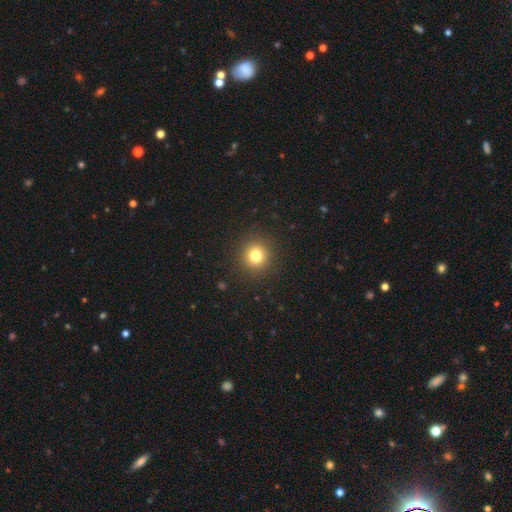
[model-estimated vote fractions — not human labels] A smooth galaxy with no disk features (79%) that is round (90%).

Vote fractions:
- Smooth or featured? smooth: 79% / star or artifact: 13% / featured or disk: 7%
- How rounded? round: 90% / in between: 9% / cigar-shaped: 1%
- Merging? none: 91% / minor disturbance: 6% / major disturbance: 3% / merger: 1%